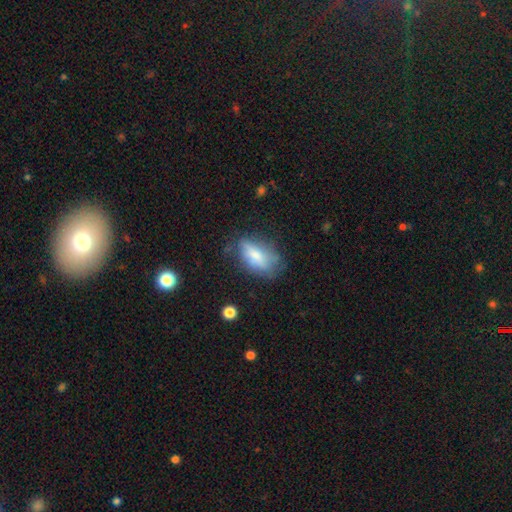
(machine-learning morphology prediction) This appears to be a smooth galaxy with no disk features (64%) that is in between round and cigar-shaped (85%). Merging: none (52%).